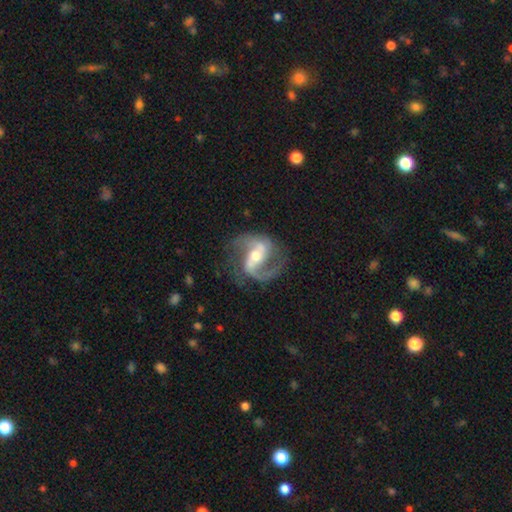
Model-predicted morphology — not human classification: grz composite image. It shows a featured or disk galaxy (90%) with a weak bar (41%), 2 (90%) medium (53%) spiral arms (97%) and a moderate central bulge (66%). Merging: none (71%).